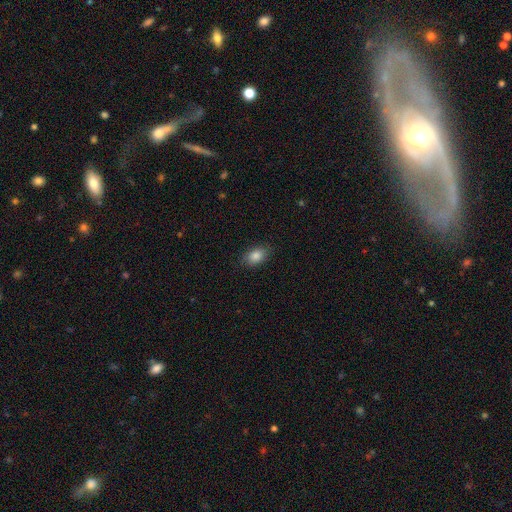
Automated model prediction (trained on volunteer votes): smooth_or_featured: smooth (p=0.86) [alt: star or artifact p=0.08]
how_rounded: in between (p=0.87) [alt: round p=0.11]
merging: none (p=0.85) [alt: minor disturbance p=0.11]